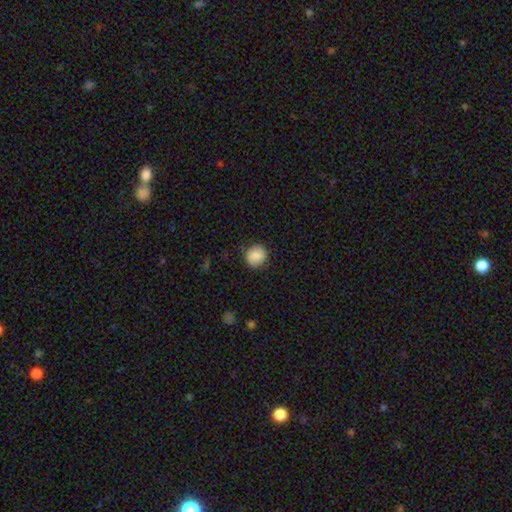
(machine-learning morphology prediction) Smooth or featured?
  - smooth: 84% *
  - featured or disk: 9%
  - star or artifact: 8%
How rounded?
  - round: 86% *
  - in between: 13%
  - cigar-shaped: 1%
Merging?
  - none: 83% *
  - minor disturbance: 13%
  - major disturbance: 3%
  - merger: 1%